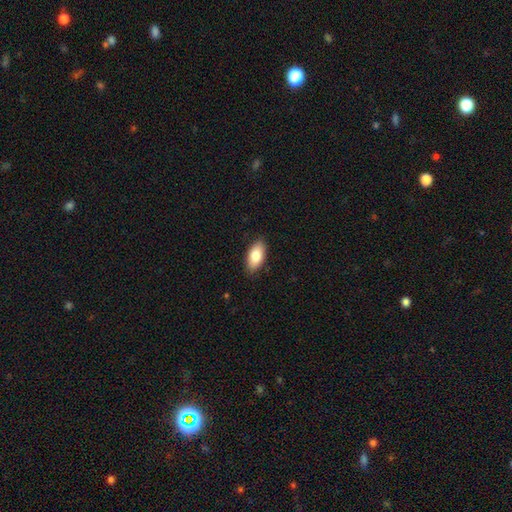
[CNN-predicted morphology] Smooth or featured? Predicted: smooth (p=0.82). How rounded? Predicted: in between (p=0.92). Merging? Predicted: none (p=0.87).